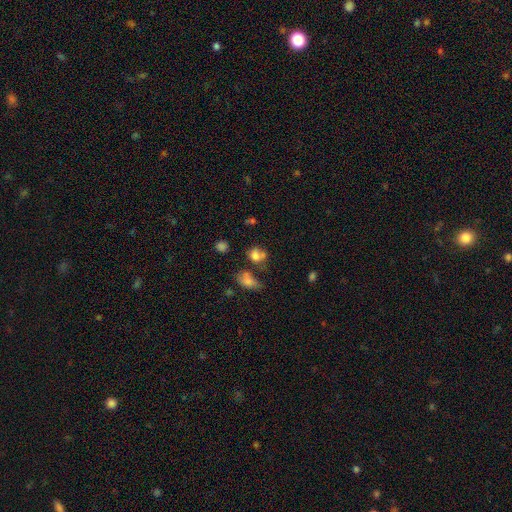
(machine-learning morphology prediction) smooth 71%, star or artifact 15%, featured or disk 14%. Down the decision tree: how rounded — in between (50%); merging — none (39%).